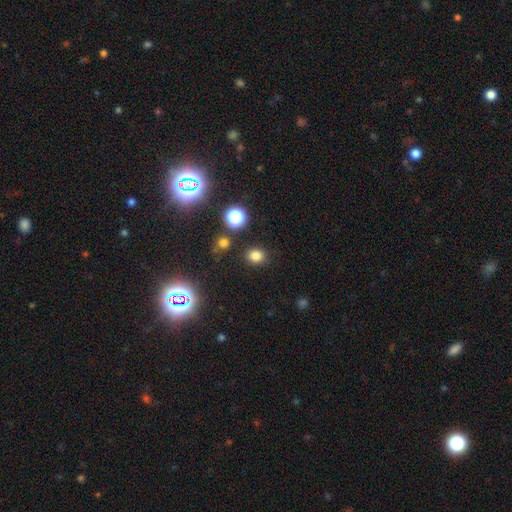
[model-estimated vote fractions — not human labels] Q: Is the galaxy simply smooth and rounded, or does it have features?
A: smooth — 78%.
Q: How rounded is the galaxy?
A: round — 70%.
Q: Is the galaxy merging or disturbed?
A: none — 85%.